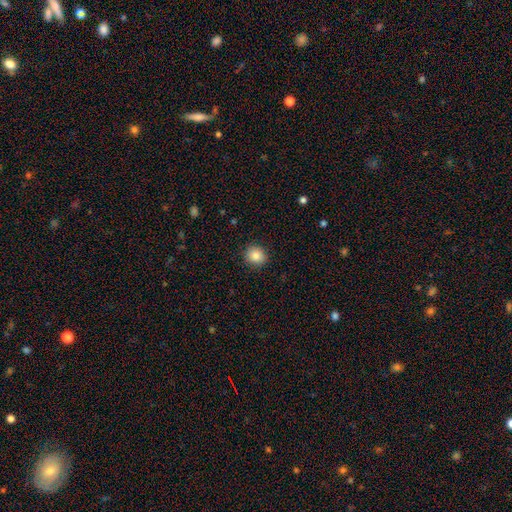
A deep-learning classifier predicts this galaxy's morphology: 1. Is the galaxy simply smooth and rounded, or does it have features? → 83% smooth, 10% star or artifact, 6% featured or disk.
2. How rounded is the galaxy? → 82% round, 17% in between, 1% cigar-shaped.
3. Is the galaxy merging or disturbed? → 90% none, 7% minor disturbance, 2% major disturbance, 1% merger.